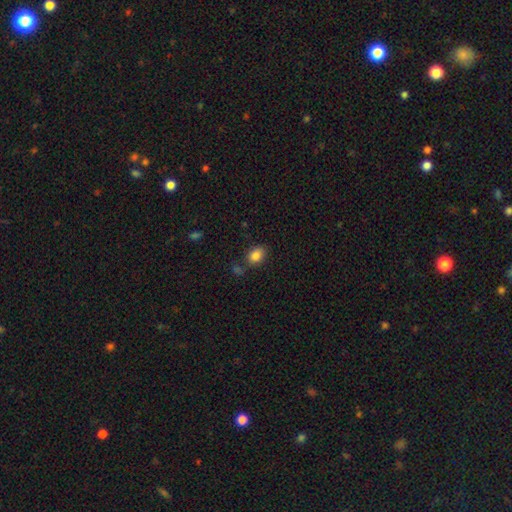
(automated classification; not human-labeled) This is clearly a smooth galaxy (84%). How rounded: likely in between (70%). Merging: likely none (73%).